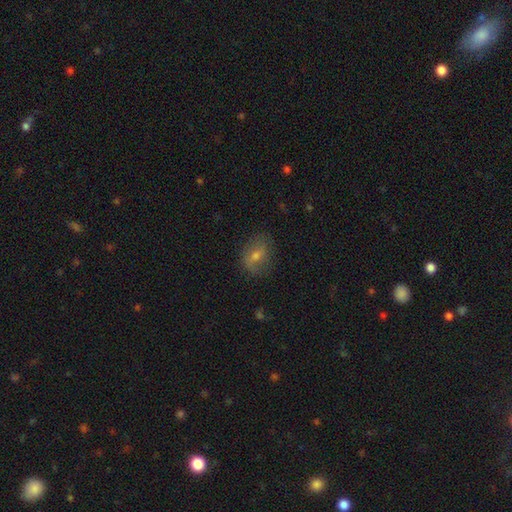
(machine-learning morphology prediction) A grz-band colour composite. It shows a smooth galaxy with no disk features (48%). Merging: none (72%).